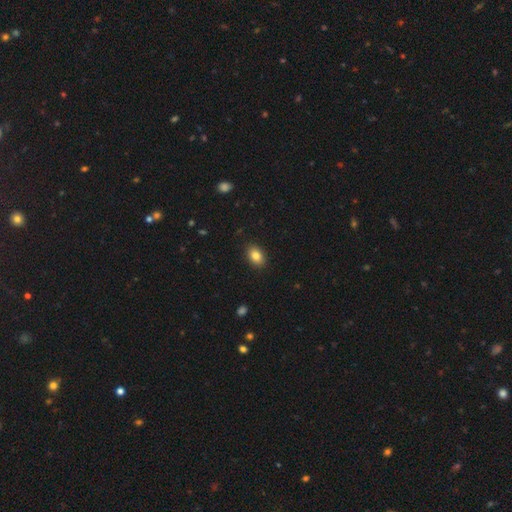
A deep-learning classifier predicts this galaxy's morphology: type=smooth (85%); roundness=in between (81%); merging=none (89%).